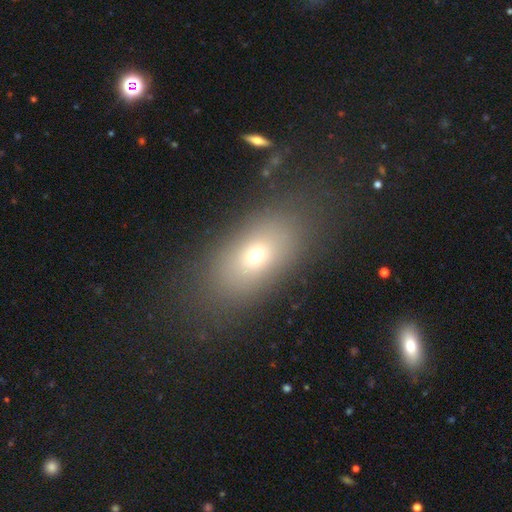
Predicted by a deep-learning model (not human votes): Smooth or featured? smooth (66%)
How rounded? in between (80%)
Merging? none (79%)